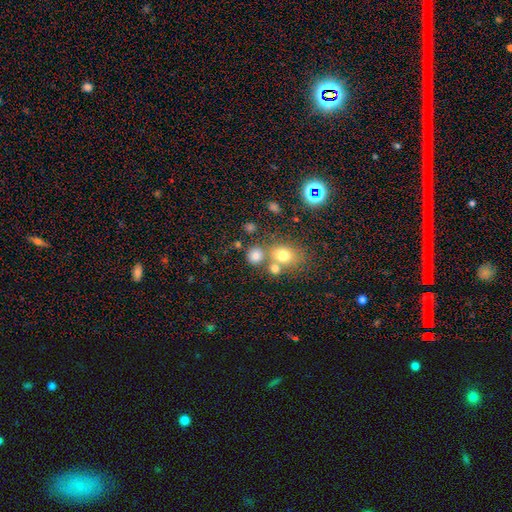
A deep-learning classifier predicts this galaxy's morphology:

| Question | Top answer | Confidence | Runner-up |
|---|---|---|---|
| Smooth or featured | smooth | 74% | star or artifact (16%) |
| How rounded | round | 77% | in between (22%) |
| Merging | none | 59% | merger (26%) |